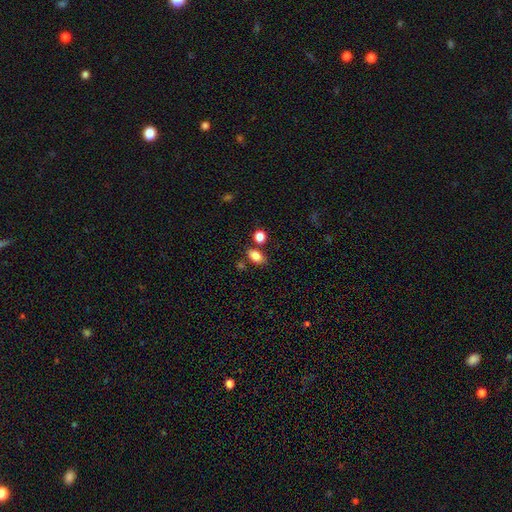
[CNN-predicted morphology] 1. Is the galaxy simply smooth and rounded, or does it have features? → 83% smooth, 10% star or artifact, 8% featured or disk.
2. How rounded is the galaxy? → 84% in between, 13% round, 2% cigar-shaped.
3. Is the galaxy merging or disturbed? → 73% none, 12% minor disturbance, 11% merger, 3% major disturbance.